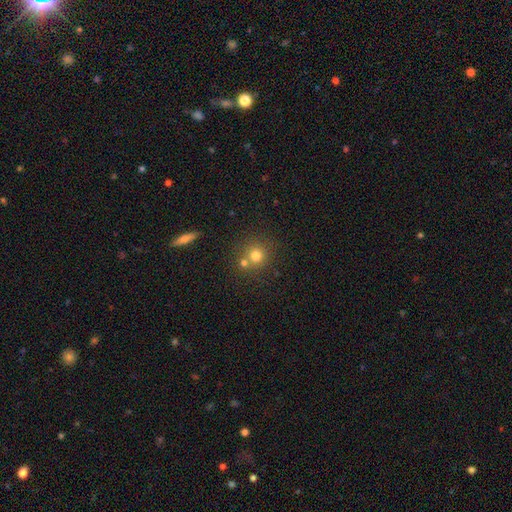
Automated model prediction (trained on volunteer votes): smooth_or_featured: smooth (p=0.75) [alt: star or artifact p=0.15]
how_rounded: round (p=0.91) [alt: in between p=0.08]
merging: none (p=0.60) [alt: merger p=0.29]